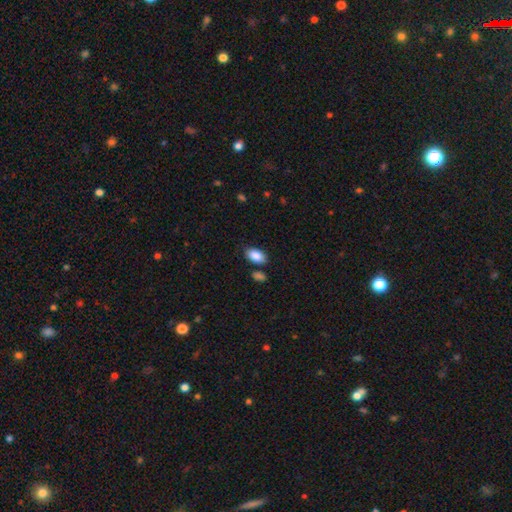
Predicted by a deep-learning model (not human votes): The model was most divided on "merging": none: 78%, minor disturbance: 12%, merger: 6%, major disturbance: 3%. More confident: how rounded — in between (93%); smooth or featured — smooth (88%).